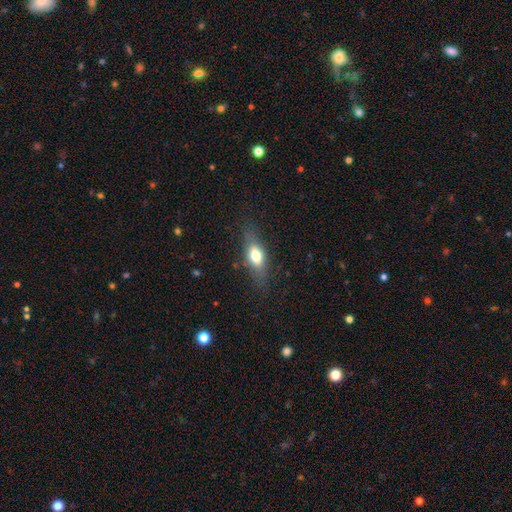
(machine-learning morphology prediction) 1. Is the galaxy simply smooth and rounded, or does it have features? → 64% smooth, 28% featured or disk, 8% star or artifact.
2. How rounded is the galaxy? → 70% in between, 24% cigar-shaped, 6% round.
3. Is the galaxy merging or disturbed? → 76% none, 16% minor disturbance, 6% major disturbance, 1% merger.